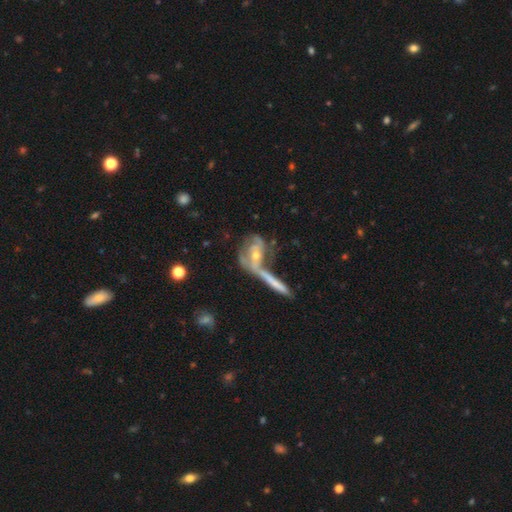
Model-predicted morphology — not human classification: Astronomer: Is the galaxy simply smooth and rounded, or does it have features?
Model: featured or disk — 69%.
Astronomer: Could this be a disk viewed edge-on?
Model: no — 76%.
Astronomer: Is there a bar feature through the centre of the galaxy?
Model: no — 57%.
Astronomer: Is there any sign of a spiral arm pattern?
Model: yes — 67%.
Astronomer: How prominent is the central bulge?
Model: small — 54% (runner-up: moderate, 39%).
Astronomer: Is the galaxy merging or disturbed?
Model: merger — 42% (runner-up: none, 31%).